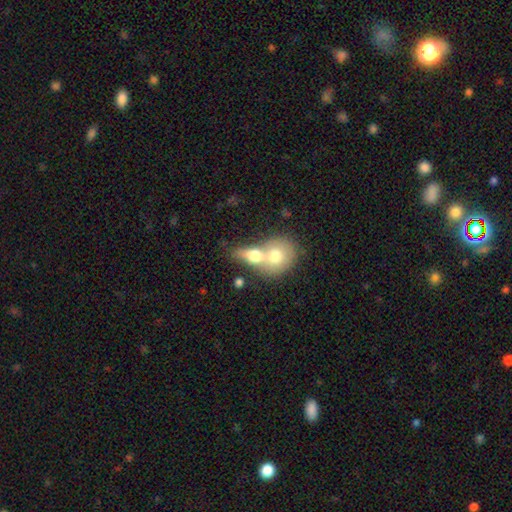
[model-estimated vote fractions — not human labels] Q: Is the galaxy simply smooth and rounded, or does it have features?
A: smooth — 68%.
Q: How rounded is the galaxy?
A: in between — 57%.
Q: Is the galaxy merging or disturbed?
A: merger — 74%.